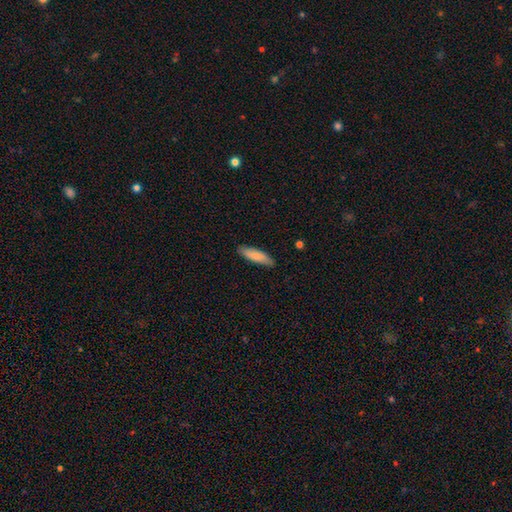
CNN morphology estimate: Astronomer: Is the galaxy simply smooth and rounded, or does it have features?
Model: smooth — 82%.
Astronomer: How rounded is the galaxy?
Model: cigar-shaped — 60% (runner-up: in between, 39%).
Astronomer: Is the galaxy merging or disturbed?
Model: none — 86%.